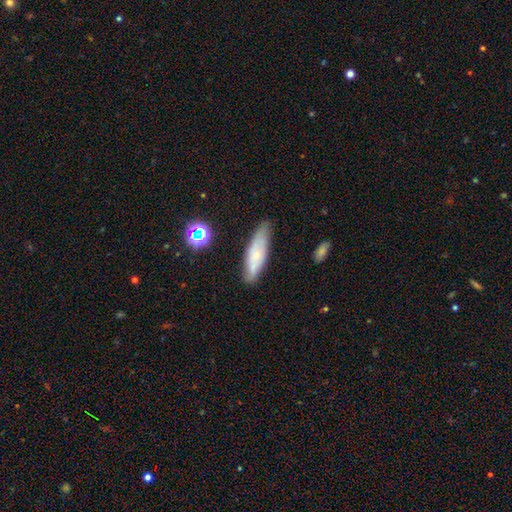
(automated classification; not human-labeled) This appears to be a smooth galaxy with no disk features (54%) that is cigar-shaped (59%). Merging: none (73%).